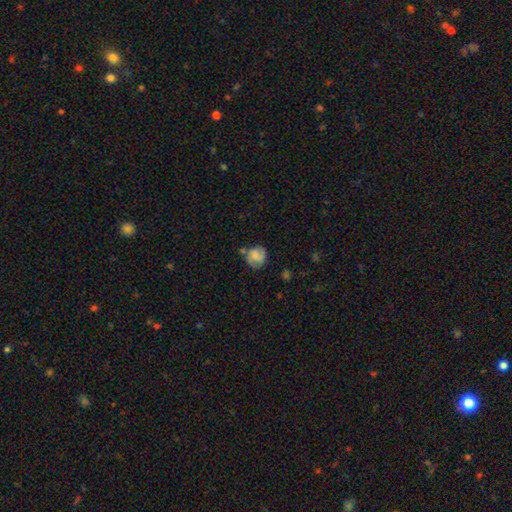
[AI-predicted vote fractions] A smooth galaxy with no disk features (55%) that is round (76%).

Vote fractions:
- Smooth or featured? smooth: 55% / featured or disk: 37% / star or artifact: 9%
- How rounded? round: 76% / in between: 23% / cigar-shaped: 1%
- Merging? none: 57% / minor disturbance: 24% / merger: 10% / major disturbance: 9%